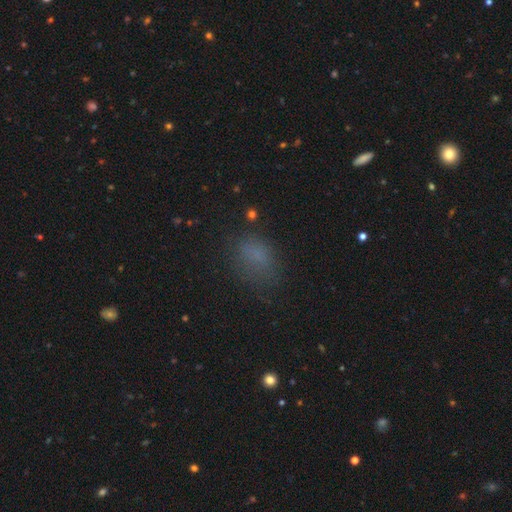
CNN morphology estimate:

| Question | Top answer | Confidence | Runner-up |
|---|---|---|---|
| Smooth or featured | smooth | 71% | star or artifact (19%) |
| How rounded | in between | 72% | round (26%) |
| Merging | none | 64% | minor disturbance (21%) |